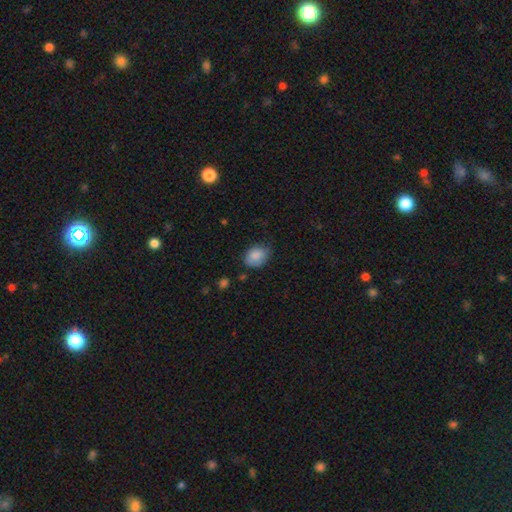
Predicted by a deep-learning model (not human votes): smooth-or-featured: smooth: 86% | star or artifact: 7% | featured or disk: 6%
  how-rounded: in between: 65% | round: 34% | cigar-shaped: 1%
  merging: none: 66% | minor disturbance: 27% | major disturbance: 5% | merger: 2%